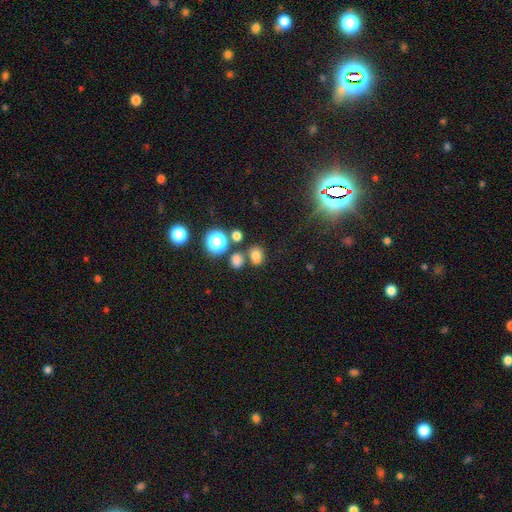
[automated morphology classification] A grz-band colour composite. It shows a smooth galaxy with no disk features (71%) that is in between round and cigar-shaped (50%). Merging: none (65%).